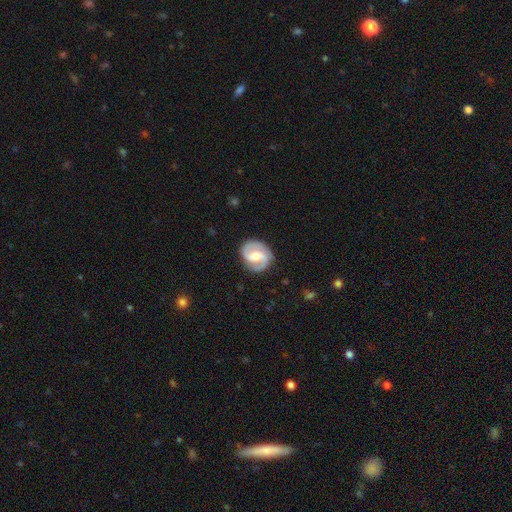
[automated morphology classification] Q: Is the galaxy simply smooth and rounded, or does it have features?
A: featured or disk — 88%.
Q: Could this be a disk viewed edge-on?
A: no — 98%.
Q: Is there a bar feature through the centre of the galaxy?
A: weak — 51%.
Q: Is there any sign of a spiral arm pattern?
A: yes — 97%.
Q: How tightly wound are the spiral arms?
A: medium — 55%.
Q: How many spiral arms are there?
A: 2 — 92%.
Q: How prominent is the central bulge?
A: moderate — 49%.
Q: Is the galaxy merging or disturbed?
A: none — 84%.